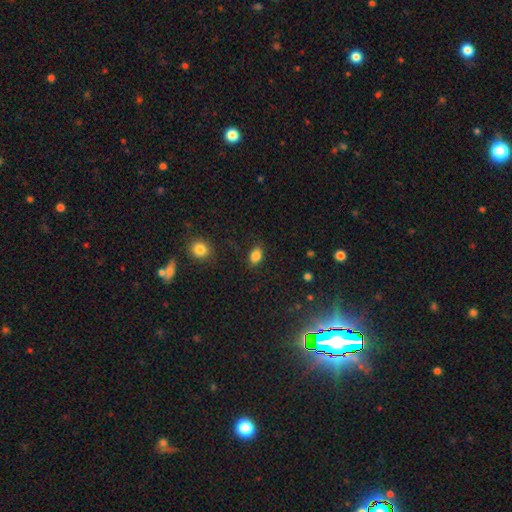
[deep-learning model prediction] Smooth or featured? Predicted: smooth (p=0.85). How rounded? Predicted: in between (p=0.83). Merging? Predicted: none (p=0.82).